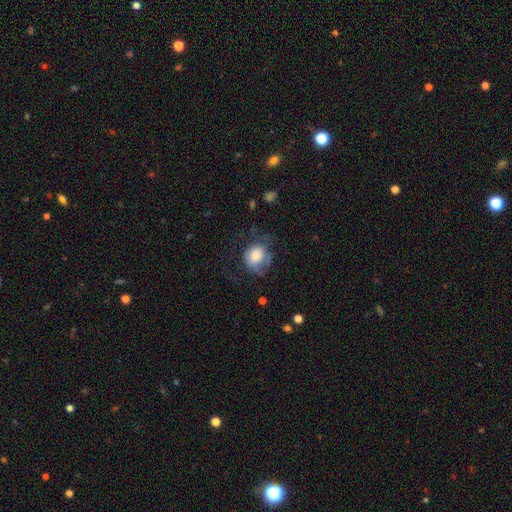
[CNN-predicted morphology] Q: Smooth or featured?
A: smooth (68%); runner-up: featured or disk (23%)
Q: How rounded?
A: round (72%); runner-up: in between (27%)
Q: Merging?
A: none (45%); runner-up: major disturbance (27%)